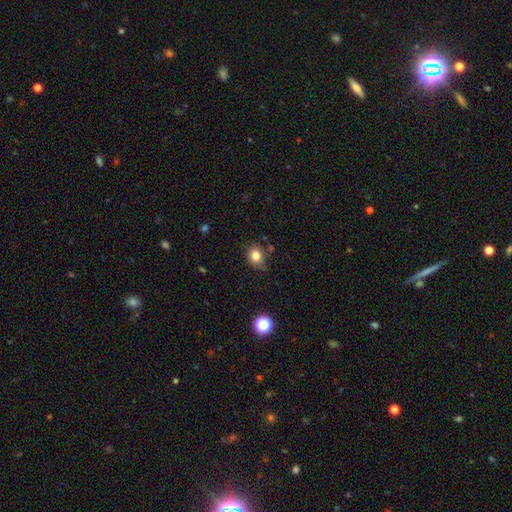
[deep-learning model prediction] The model was most divided on "how rounded": round: 58%, in between: 41%, cigar-shaped: 1%. More confident: smooth or featured — smooth (82%); merging — none (75%).